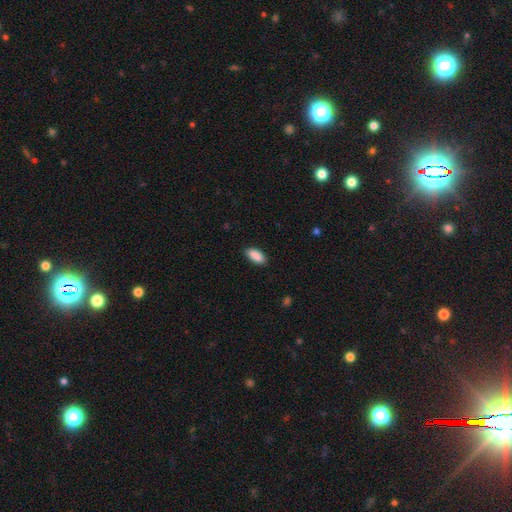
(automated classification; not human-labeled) smooth_or_featured: smooth (p=0.90) [alt: star or artifact p=0.07]
how_rounded: in between (p=0.89) [alt: cigar-shaped p=0.08]
merging: none (p=0.87) [alt: minor disturbance p=0.10]